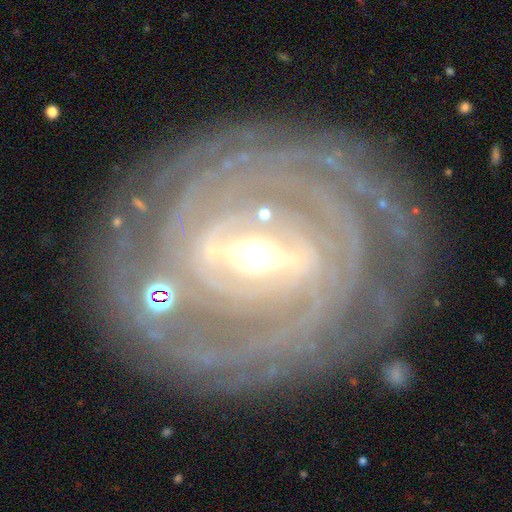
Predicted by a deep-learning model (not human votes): Smooth or featured? featured or disk (93%)
Edge-on disk? no (95%)
Bar? strong (65%)
Spiral arms? yes (97%)
Spiral winding? tight (80%)
Spiral arm count? can't tell (22%)
Bulge size? moderate (56%)
Merging? none (75%)